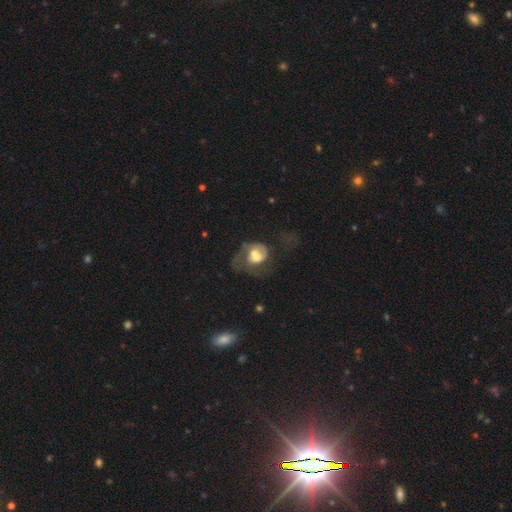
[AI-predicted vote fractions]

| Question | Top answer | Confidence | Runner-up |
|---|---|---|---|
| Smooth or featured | featured or disk | 61% | smooth (31%) |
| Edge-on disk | no | 97% | yes (3%) |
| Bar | no | 56% | weak (35%) |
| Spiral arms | yes | 70% | no (30%) |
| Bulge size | moderate | 49% | large (31%) |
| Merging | major disturbance | 51% | none (24%) |